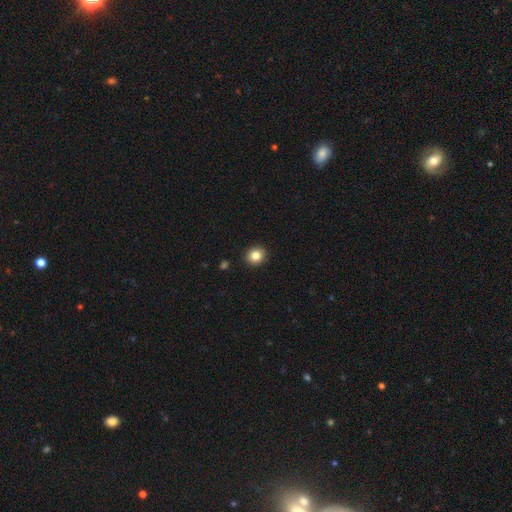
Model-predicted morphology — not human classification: smooth-or-featured: smooth: 83% | star or artifact: 10% | featured or disk: 6%
  how-rounded: round: 79% | in between: 20% | cigar-shaped: 1%
  merging: none: 92% | minor disturbance: 6% | major disturbance: 2% | merger: 1%